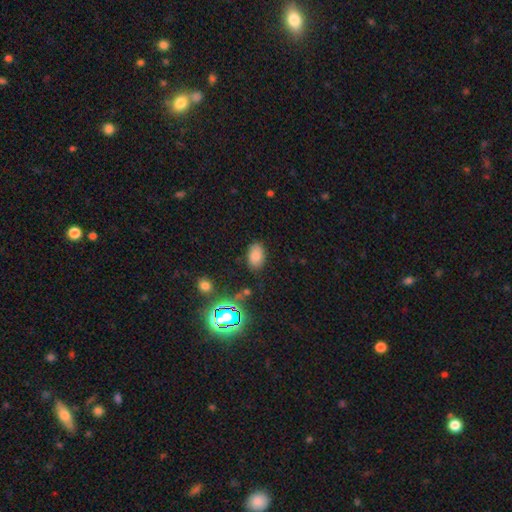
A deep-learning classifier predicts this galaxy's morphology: This appears to be a smooth galaxy with no disk features (77%) that is in between round and cigar-shaped (89%). Merging: none (83%).